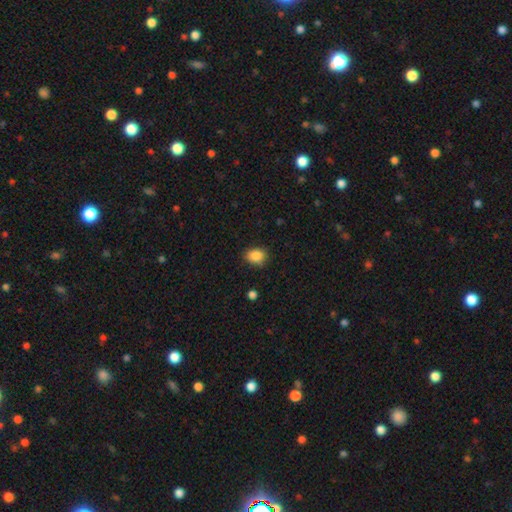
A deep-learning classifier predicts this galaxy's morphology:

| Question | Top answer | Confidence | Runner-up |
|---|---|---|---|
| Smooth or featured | smooth | 87% | star or artifact (9%) |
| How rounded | in between | 54% | round (45%) |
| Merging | none | 81% | minor disturbance (15%) |